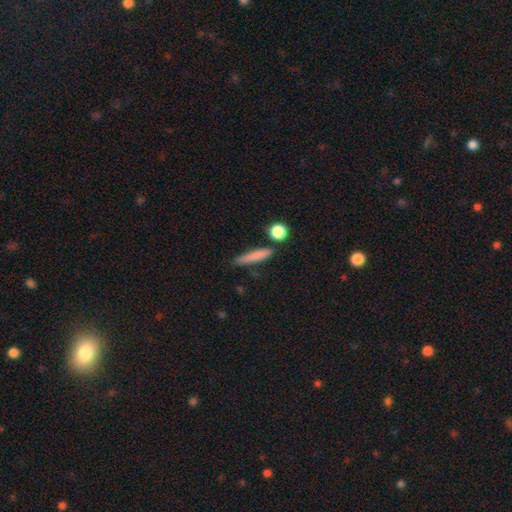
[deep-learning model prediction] smooth_or_featured: smooth (p=0.77) [alt: featured or disk p=0.14]
how_rounded: cigar-shaped (p=0.84) [alt: in between p=0.11]
merging: none (p=0.76) [alt: minor disturbance p=0.15]